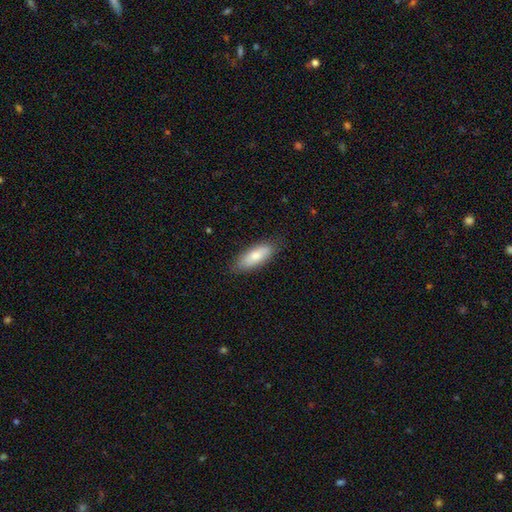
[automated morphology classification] smooth 76%, featured or disk 18%, star or artifact 6%. Down the decision tree: how rounded — in between (69%); merging — none (82%).